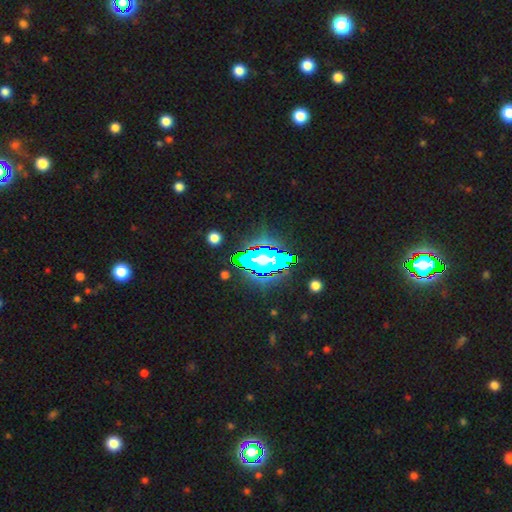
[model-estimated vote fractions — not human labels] Smooth or featured?
  - star or artifact: 57% *
  - smooth: 23%
  - featured or disk: 20%